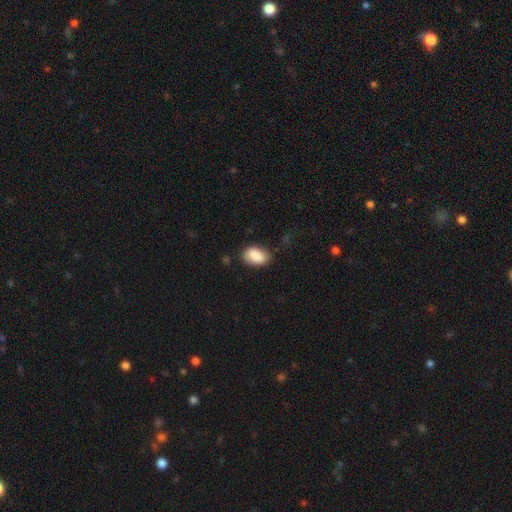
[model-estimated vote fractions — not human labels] Smooth or featured?
  - smooth: 86% *
  - featured or disk: 7%
  - star or artifact: 7%
How rounded?
  - in between: 89% *
  - round: 9%
  - cigar-shaped: 2%
Merging?
  - none: 73% *
  - minor disturbance: 20%
  - major disturbance: 5%
  - merger: 2%